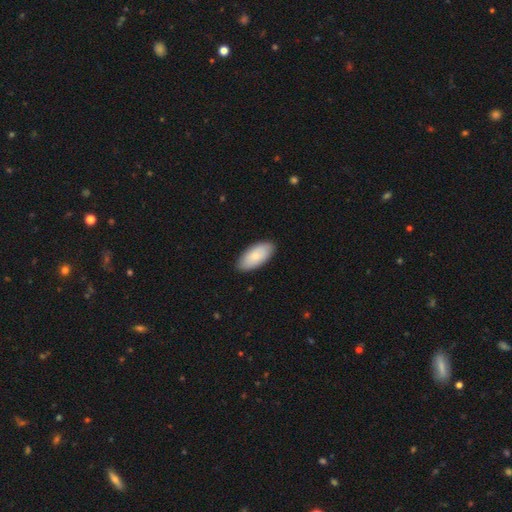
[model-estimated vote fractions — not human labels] Q: Smooth or featured?
A: smooth (81%); runner-up: featured or disk (14%)
Q: How rounded?
A: in between (93%); runner-up: cigar-shaped (5%)
Q: Merging?
A: none (88%); runner-up: minor disturbance (9%)